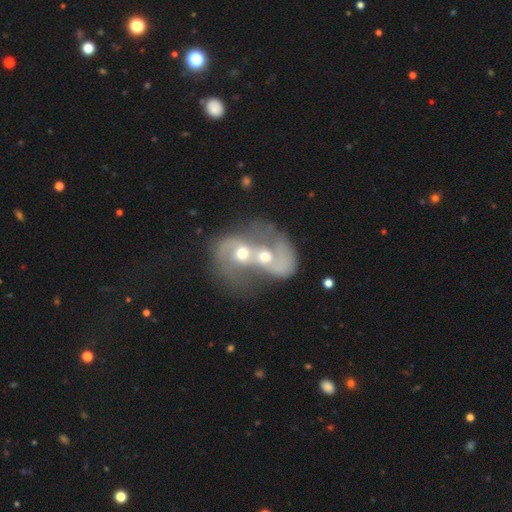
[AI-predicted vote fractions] Smooth or featured? featured or disk (70%)
Edge-on disk? no (97%)
Bar? no (64%)
Spiral arms? yes (73%)
Bulge size? moderate (60%)
Merging? merger (85%)